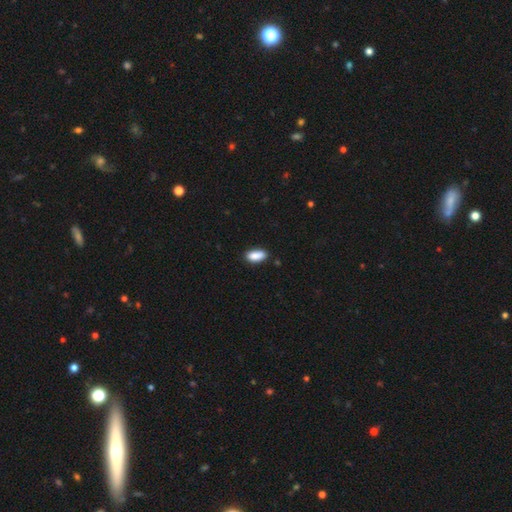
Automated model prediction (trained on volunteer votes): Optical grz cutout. It shows a smooth galaxy with no disk features (89%) that is in between round and cigar-shaped (87%). Merging: none (83%).